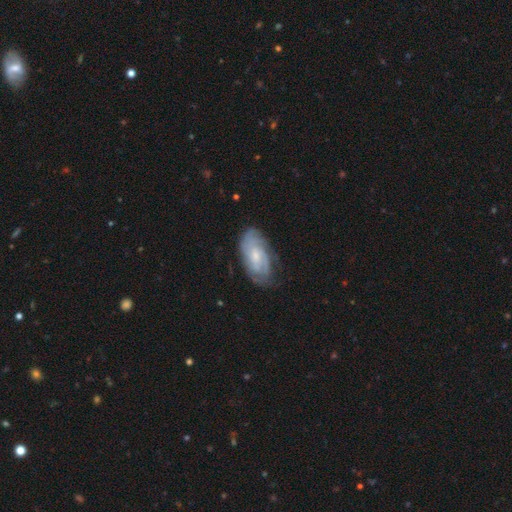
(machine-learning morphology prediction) A featured or disk galaxy (70%) with no bar (62%), tight (64%) spiral arms (91%) and a small central bulge (56%). Merging: none (72%).